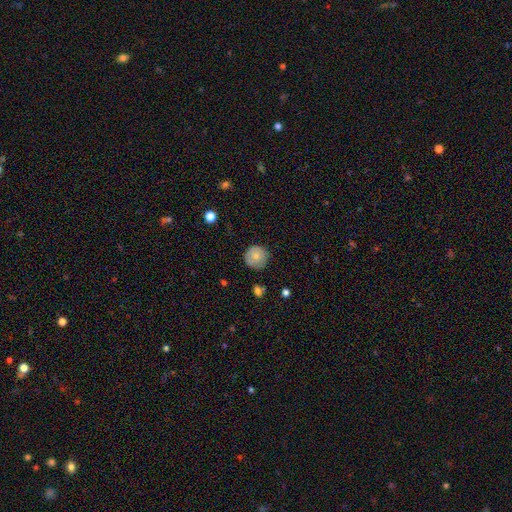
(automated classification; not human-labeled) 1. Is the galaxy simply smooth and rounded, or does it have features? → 72% smooth, 20% featured or disk, 8% star or artifact.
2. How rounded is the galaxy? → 94% round, 5% in between, 1% cigar-shaped.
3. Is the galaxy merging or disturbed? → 82% none, 14% minor disturbance, 3% major disturbance, 1% merger.